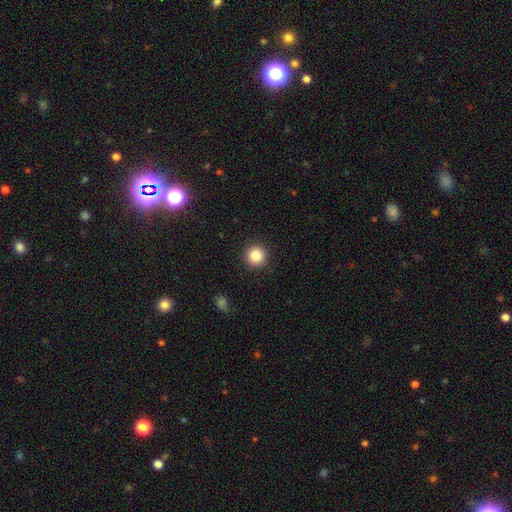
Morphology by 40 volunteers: type=smooth (85%); roundness=round (100%); merging=none (95%).